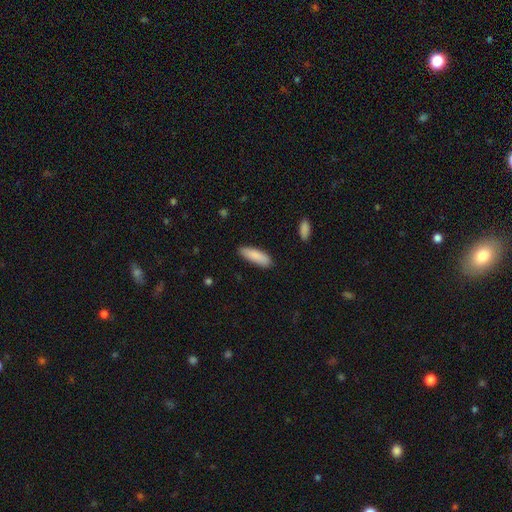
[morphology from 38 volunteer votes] Smooth or featured?
  - smooth: 87% *
  - featured or disk: 8%
  - star or artifact: 5%
How rounded?
  - in between: 52% *
  - cigar-shaped: 48%
  - round: 0%
Merging?
  - none: 83% *
  - minor disturbance: 11%
  - major disturbance: 6%
  - merger: 0%